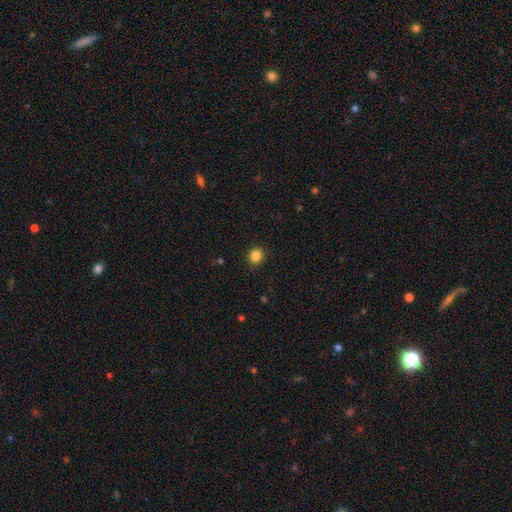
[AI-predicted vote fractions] Smooth or featured? smooth (85%)
How rounded? round (83%)
Merging? none (91%)